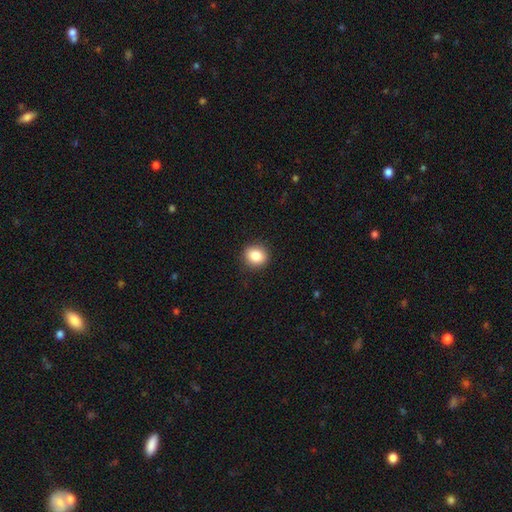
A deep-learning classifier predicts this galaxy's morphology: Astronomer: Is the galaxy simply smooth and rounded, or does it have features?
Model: smooth — 85%.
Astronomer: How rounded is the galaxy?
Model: round — 79%.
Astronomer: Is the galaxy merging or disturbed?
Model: none — 90%.